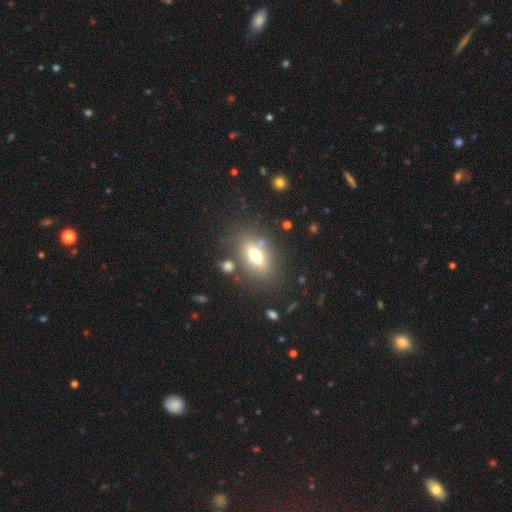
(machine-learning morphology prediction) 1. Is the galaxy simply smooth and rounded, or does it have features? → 60% smooth, 28% featured or disk, 11% star or artifact.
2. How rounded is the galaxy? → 77% in between, 14% round, 9% cigar-shaped.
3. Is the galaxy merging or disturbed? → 73% none, 13% minor disturbance, 8% merger, 6% major disturbance.